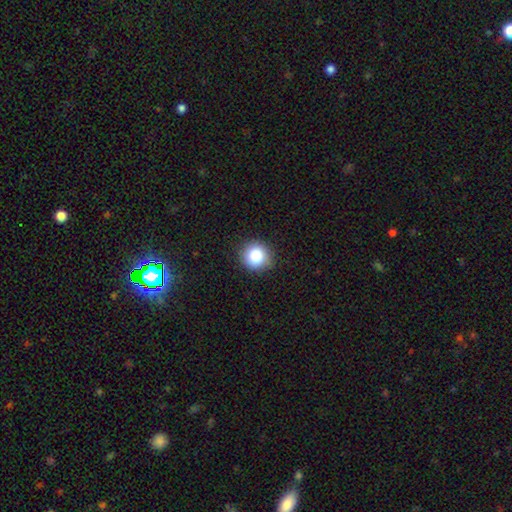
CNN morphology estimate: smooth 84%, star or artifact 10%, featured or disk 6%. Down the decision tree: how rounded — round (91%); merging — none (88%).